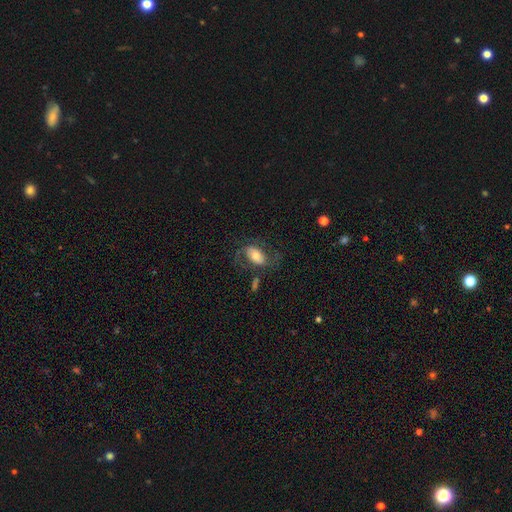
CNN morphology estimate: Smooth or featured?
  - featured or disk: 48% *
  - smooth: 44%
  - star or artifact: 8%
Merging?
  - none: 56% *
  - major disturbance: 21%
  - minor disturbance: 18%
  - merger: 4%